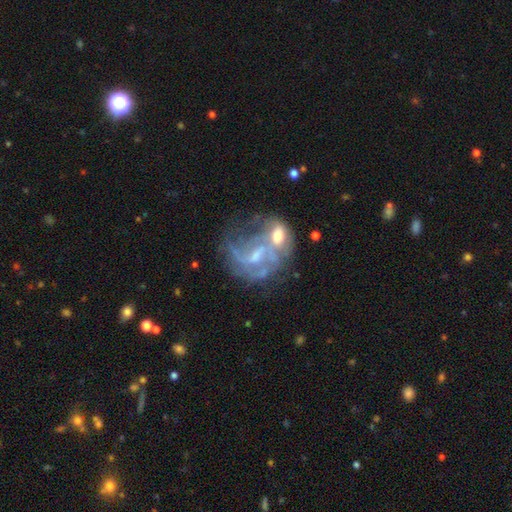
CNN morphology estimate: Overall: featured or disk (74%). Edge-on disk: no (97%). Bar: no (44%; weak 42%). Spiral arms: yes (67%; no 33%). Bulge size: small (41%; moderate 33%). Merging: merger (46%; none 24%).